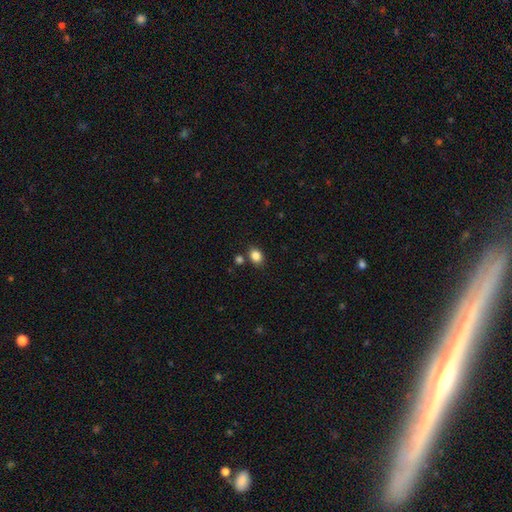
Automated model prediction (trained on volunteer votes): Smooth or featured?
  - smooth: 85% *
  - star or artifact: 10%
  - featured or disk: 5%
How rounded?
  - in between: 62% *
  - round: 37%
  - cigar-shaped: 1%
Merging?
  - none: 77% *
  - minor disturbance: 11%
  - merger: 9%
  - major disturbance: 3%